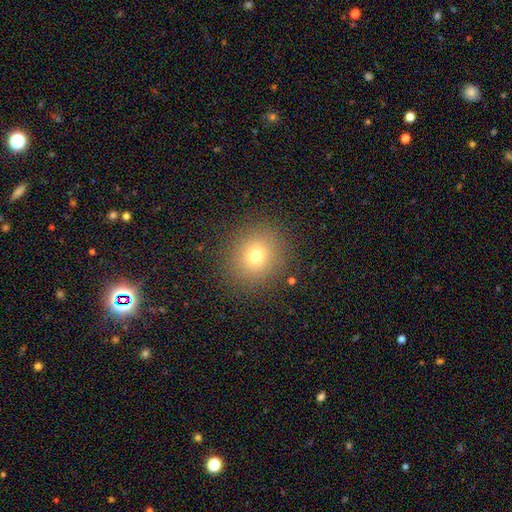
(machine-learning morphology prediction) A smooth galaxy with no disk features (74%) that is round (85%). Merging: none (88%).